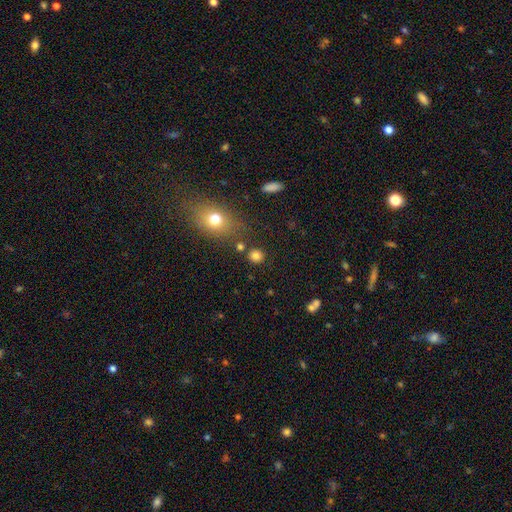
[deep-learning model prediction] smooth 80%, star or artifact 14%, featured or disk 6%. Down the decision tree: how rounded — round (84%); merging — none (81%).